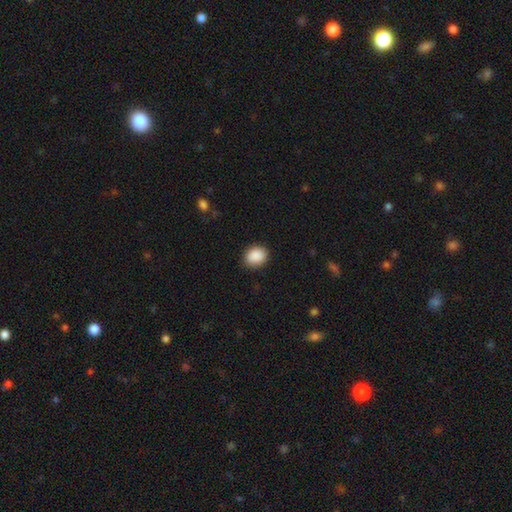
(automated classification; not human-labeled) The model was most divided on "how rounded": round: 55%, in between: 44%, cigar-shaped: 1%. More confident: smooth or featured — smooth (90%); merging — none (86%).